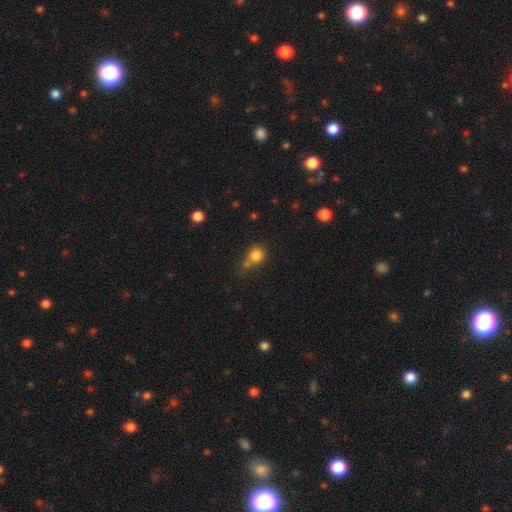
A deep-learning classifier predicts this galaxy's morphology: This is clearly a smooth galaxy (80%). How rounded: likely round (80%). Merging: possibly none (50%).